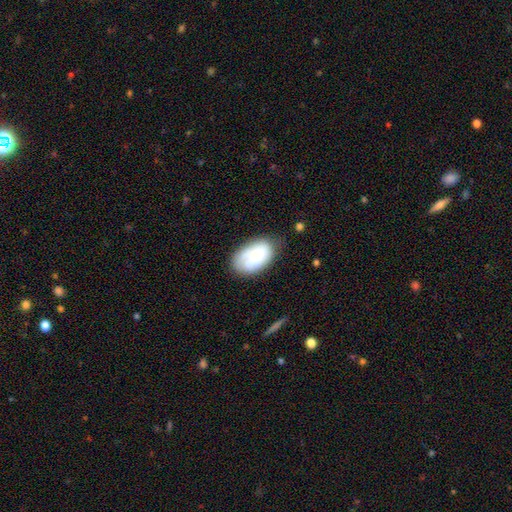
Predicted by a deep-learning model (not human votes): A smooth galaxy with no disk features (65%) that is in between round and cigar-shaped (91%). Merging: none (65%).